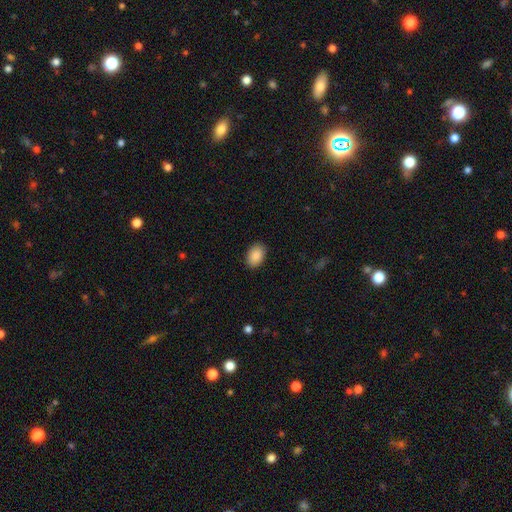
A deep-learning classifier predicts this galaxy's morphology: Smooth or featured?
  - smooth: 90% *
  - star or artifact: 7%
  - featured or disk: 4%
How rounded?
  - in between: 88% *
  - round: 11%
  - cigar-shaped: 1%
Merging?
  - none: 89% *
  - minor disturbance: 8%
  - major disturbance: 2%
  - merger: 1%